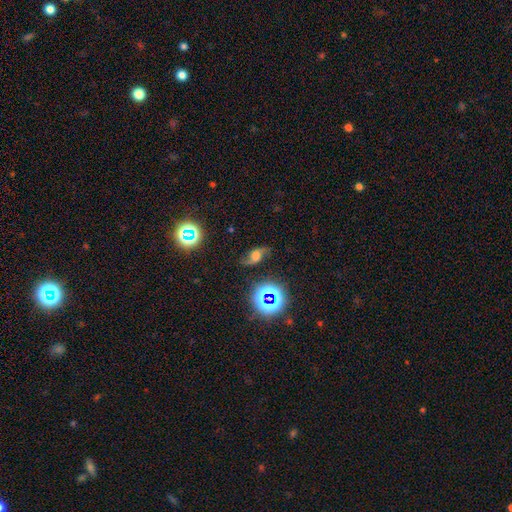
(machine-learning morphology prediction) The model was most divided on "bulge size": large: 35%, moderate: 30%, none: 13%, small: 12%, dominant: 11%. More confident: edge-on disk — no (91%); spiral arms — yes (91%); merging — none (73%); smooth or featured — featured or disk (56%); bar — no (56%).